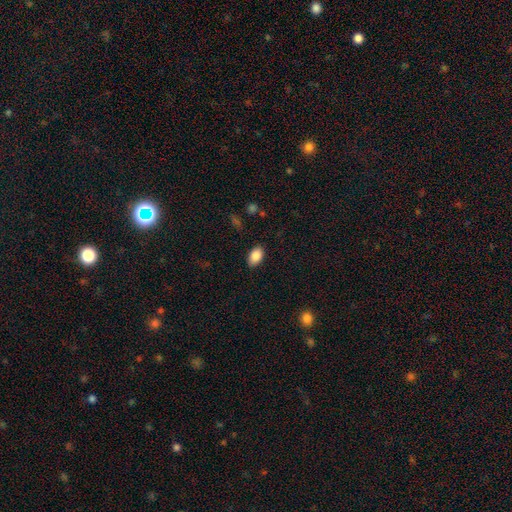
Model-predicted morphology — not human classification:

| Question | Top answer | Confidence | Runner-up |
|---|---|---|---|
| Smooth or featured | smooth | 87% | star or artifact (8%) |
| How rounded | in between | 91% | round (8%) |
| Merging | none | 86% | minor disturbance (11%) |